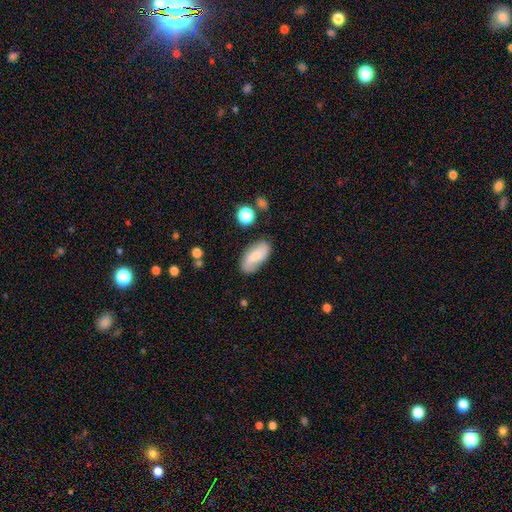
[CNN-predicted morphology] Smooth or featured? smooth (63%)
How rounded? in between (90%)
Merging? none (78%)